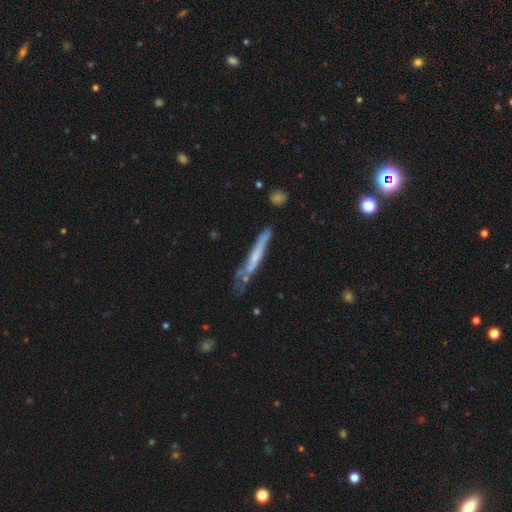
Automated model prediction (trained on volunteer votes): Smooth or featured?
  - featured or disk: 48% *
  - smooth: 44%
  - star or artifact: 7%
Merging?
  - none: 54% *
  - minor disturbance: 27%
  - major disturbance: 11%
  - merger: 9%